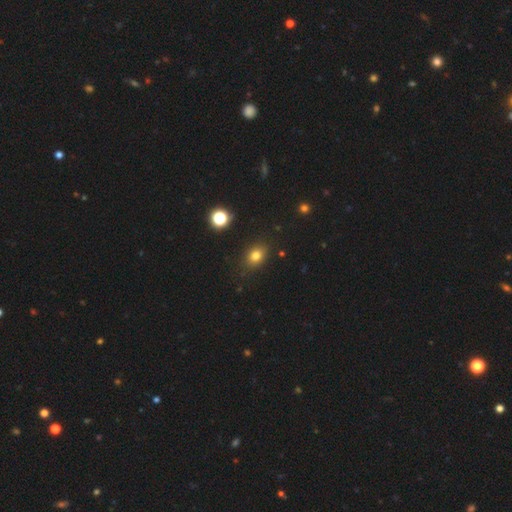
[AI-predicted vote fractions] Smooth or featured? Predicted: smooth (p=0.77). How rounded? Predicted: in between (p=0.61). Merging? Predicted: none (p=0.84).